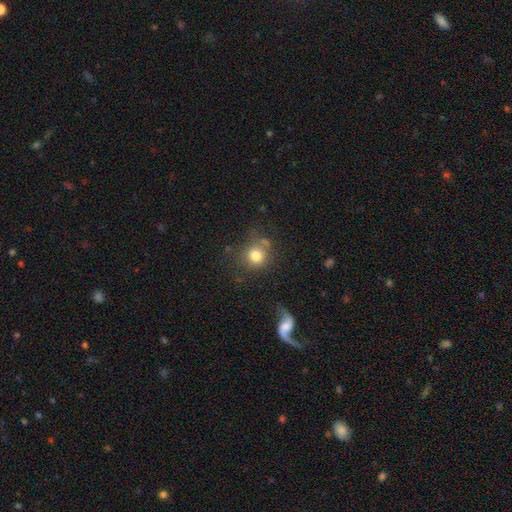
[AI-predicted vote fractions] smooth 79%, star or artifact 12%, featured or disk 9%. Down the decision tree: how rounded — round (87%); merging — none (66%).